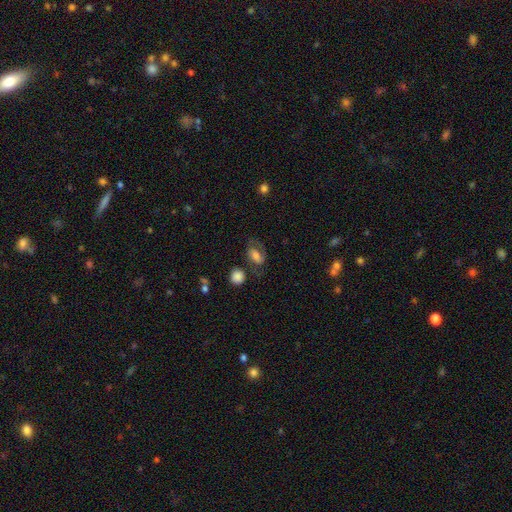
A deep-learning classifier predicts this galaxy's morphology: Smooth or featured? featured or disk (54%)
Edge-on disk? no (96%)
Bar? weak (41%)
Spiral arms? yes (85%)
Bulge size? moderate (43%)
Merging? none (60%)